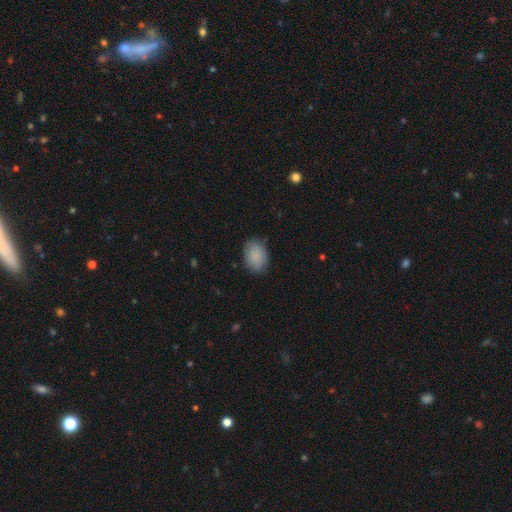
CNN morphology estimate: Smooth or featured? Predicted: smooth (p=0.88). How rounded? Predicted: in between (p=0.77). Merging? Predicted: none (p=0.83).